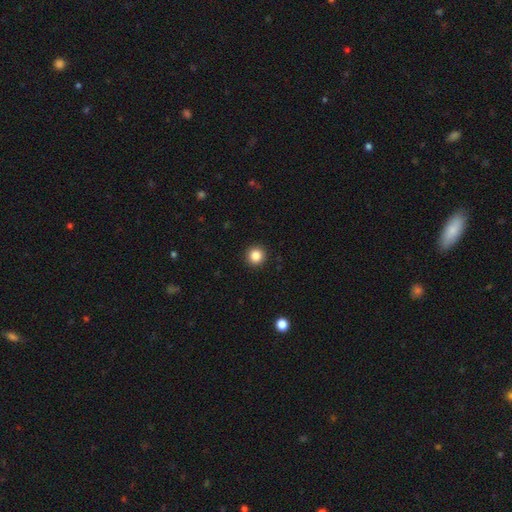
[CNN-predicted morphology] A smooth galaxy with no disk features (85%) that is round (95%). Merging: none (93%).